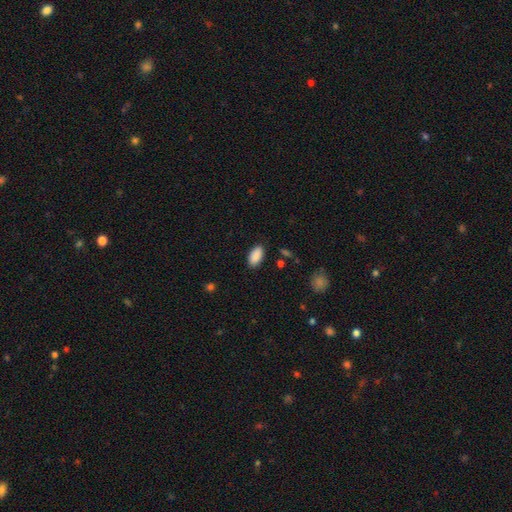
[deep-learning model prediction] Smooth or featured? smooth (90%)
How rounded? in between (93%)
Merging? none (87%)